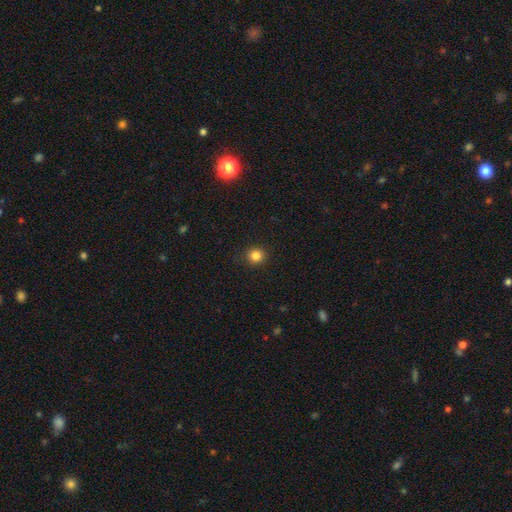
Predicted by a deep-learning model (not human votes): The model was most divided on "smooth or featured": smooth: 83%, star or artifact: 12%, featured or disk: 4%. More confident: how rounded — round (93%); merging — none (91%).